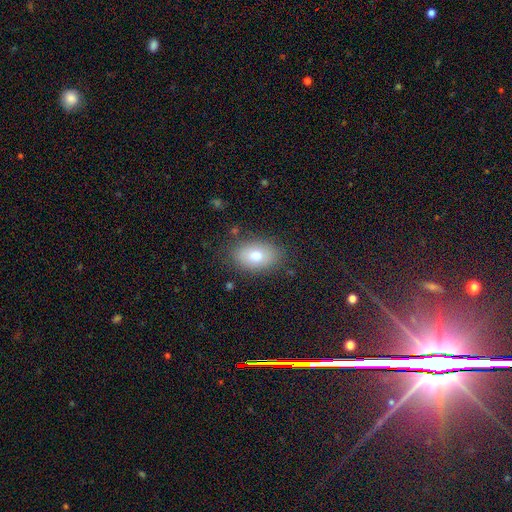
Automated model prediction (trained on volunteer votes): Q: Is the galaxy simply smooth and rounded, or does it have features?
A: smooth — 75%.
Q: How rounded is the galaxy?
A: in between — 85%.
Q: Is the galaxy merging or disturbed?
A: none — 82%.